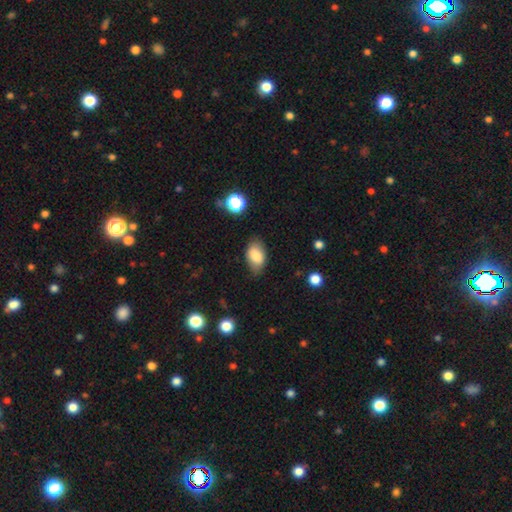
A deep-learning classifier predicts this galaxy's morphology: Smooth or featured? smooth (82%)
How rounded? in between (90%)
Merging? none (72%)